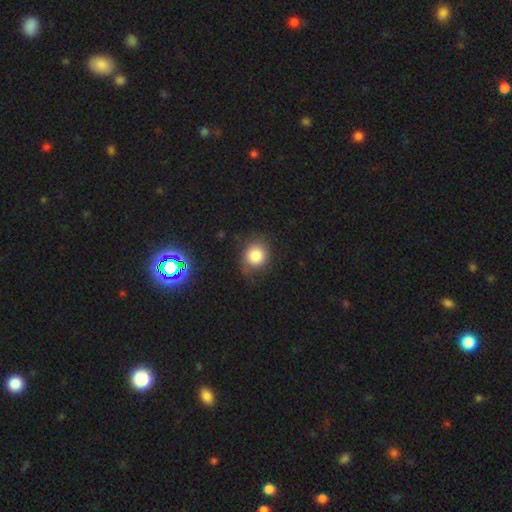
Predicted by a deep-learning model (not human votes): Smooth or featured? smooth (79%)
How rounded? round (78%)
Merging? none (66%)